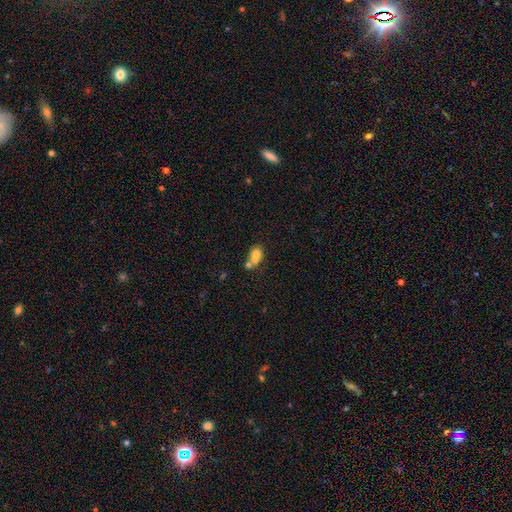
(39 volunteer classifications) smooth-or-featured: smooth: 85% | star or artifact: 10% | featured or disk: 5%
  how-rounded: in between: 70% | round: 30% | cigar-shaped: 0%
  merging: merger: 49% | none: 29% | major disturbance: 14% | minor disturbance: 9%